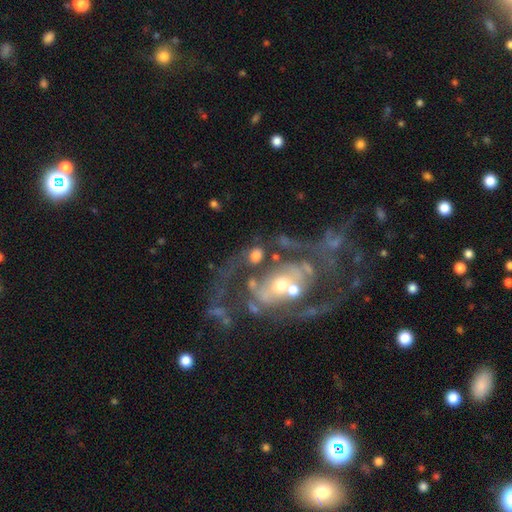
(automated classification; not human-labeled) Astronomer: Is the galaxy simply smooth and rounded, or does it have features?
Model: featured or disk — 49% (runner-up: smooth, 37%).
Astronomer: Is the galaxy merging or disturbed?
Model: none — 37% (runner-up: merger, 28%).